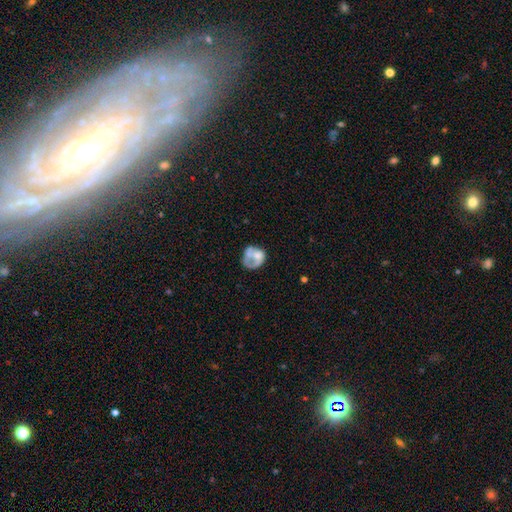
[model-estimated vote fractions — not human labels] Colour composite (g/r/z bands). It shows a smooth galaxy with no disk features (50%) that is round (61%). Merging: none (32%).